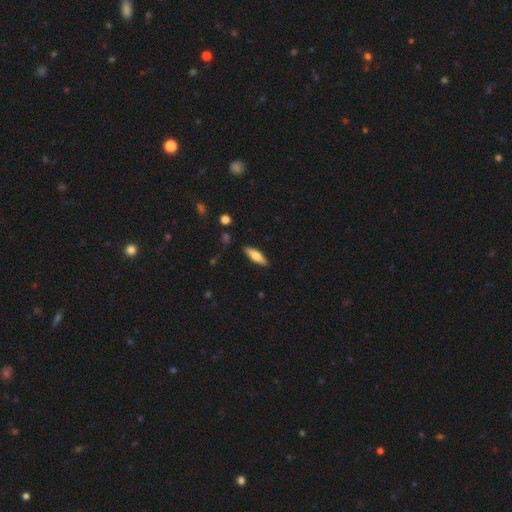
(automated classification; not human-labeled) Smooth or featured: smooth — 65% (featured or disk — 29%)
How rounded: cigar-shaped — 54% (in between — 44%)
Merging: none — 87% (minor disturbance — 9%)